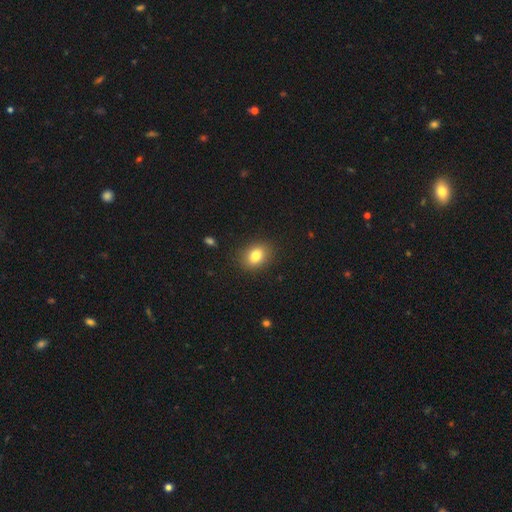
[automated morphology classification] smooth 82%, star or artifact 10%, featured or disk 8%. Down the decision tree: how rounded — in between (63%); merging — none (88%).